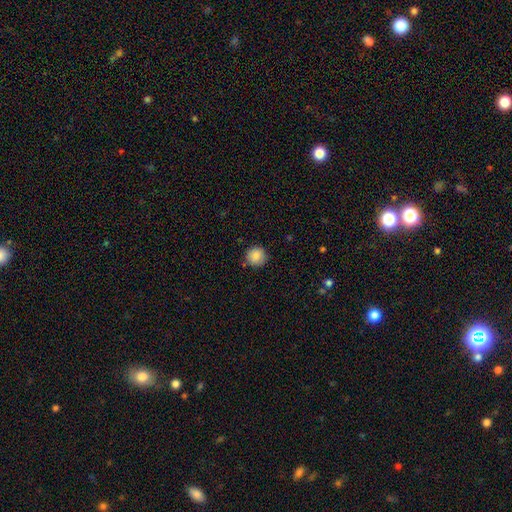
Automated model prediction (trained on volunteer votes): Smooth or featured? smooth (87%)
How rounded? round (93%)
Merging? none (86%)